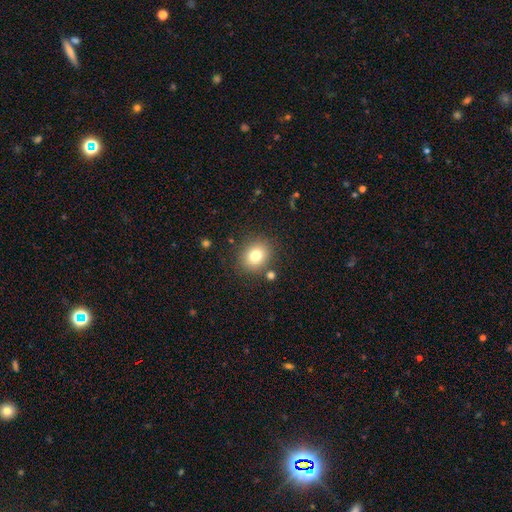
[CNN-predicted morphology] A smooth galaxy with no disk features (78%) that is round (64%).

Vote fractions:
- Smooth or featured? smooth: 78% / star or artifact: 12% / featured or disk: 10%
- How rounded? round: 64% / in between: 35% / cigar-shaped: 1%
- Merging? none: 82% / minor disturbance: 10% / merger: 4% / major disturbance: 3%